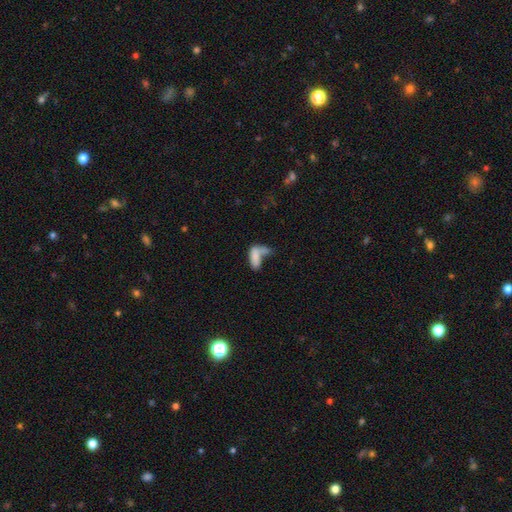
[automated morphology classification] type=smooth (73%); roundness=in between (78%); merging=merger (44%).